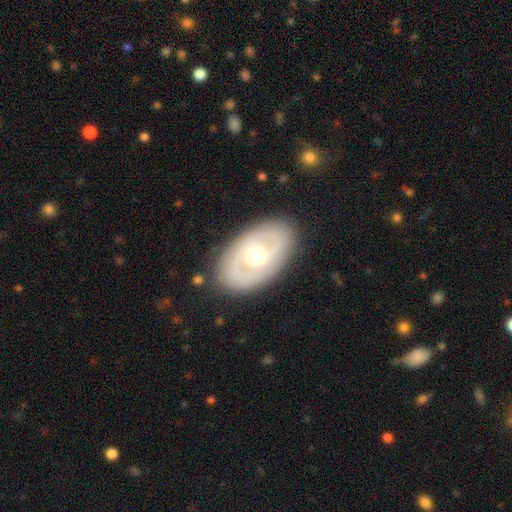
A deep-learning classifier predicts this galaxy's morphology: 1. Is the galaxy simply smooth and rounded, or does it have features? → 67% featured or disk, 28% smooth, 5% star or artifact.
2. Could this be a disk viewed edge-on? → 92% no, 8% yes.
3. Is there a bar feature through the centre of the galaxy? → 69% no, 22% weak, 9% strong.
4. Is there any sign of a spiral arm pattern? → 59% no, 41% yes.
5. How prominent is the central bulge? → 69% moderate, 22% large, 7% small, 2% dominant, 1% none.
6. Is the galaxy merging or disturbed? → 83% none, 11% minor disturbance, 4% major disturbance, 1% merger.